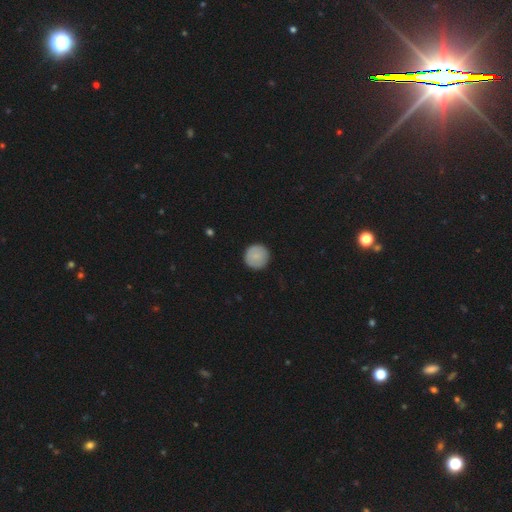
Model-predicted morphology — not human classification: type=smooth (86%); roundness=round (95%); merging=none (91%).